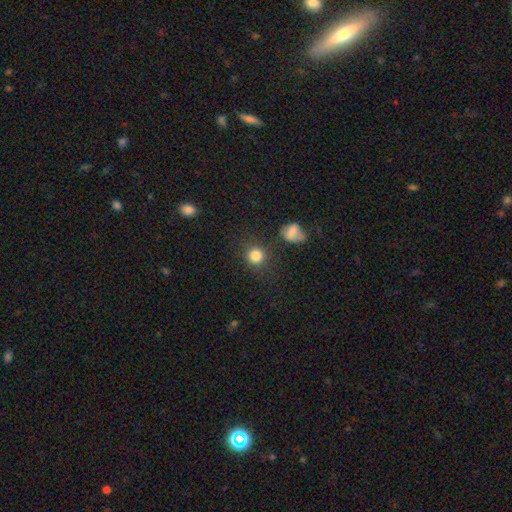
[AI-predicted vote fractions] This is clearly a smooth galaxy (83%). How rounded: clearly round (88%). Merging: likely none (78%).